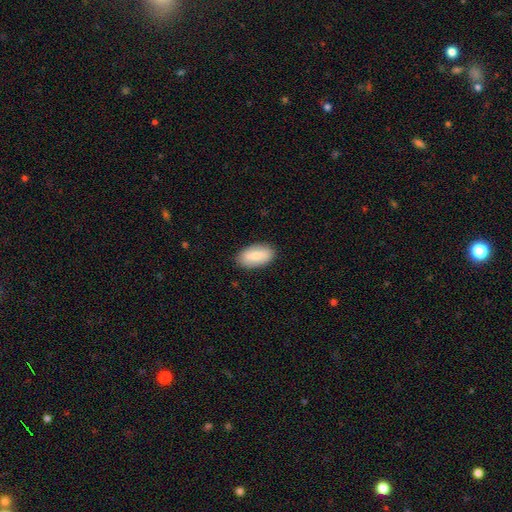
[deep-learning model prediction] A smooth galaxy with no disk features (75%) that is in between round and cigar-shaped (94%). Merging: none (88%).